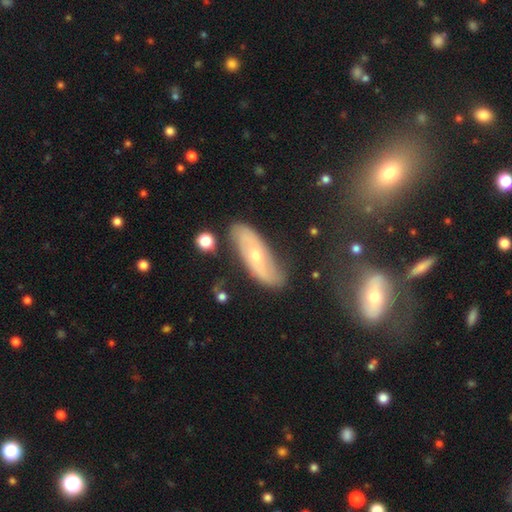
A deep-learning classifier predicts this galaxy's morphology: Smooth or featured: featured or disk — 64% (smooth — 29%)
Edge-on disk: no — 82% (yes — 18%)
Bar: no — 62% (weak — 29%)
Spiral arms: yes — 79% (no — 21%)
Bulge size: small — 56% (moderate — 40%)
Merging: none — 76% (minor disturbance — 17%)